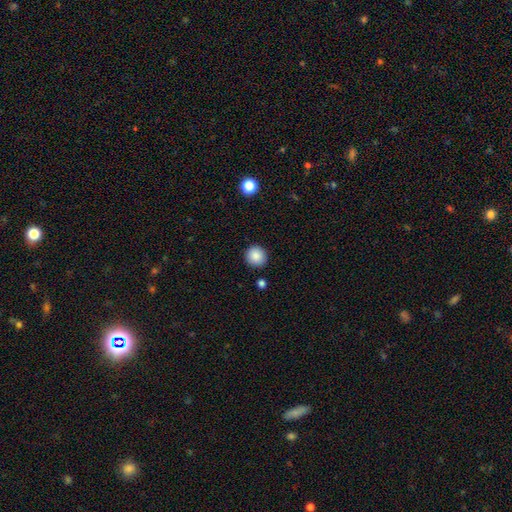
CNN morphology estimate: This appears to be a smooth galaxy with no disk features (88%) that is round (93%). Merging: none (90%).